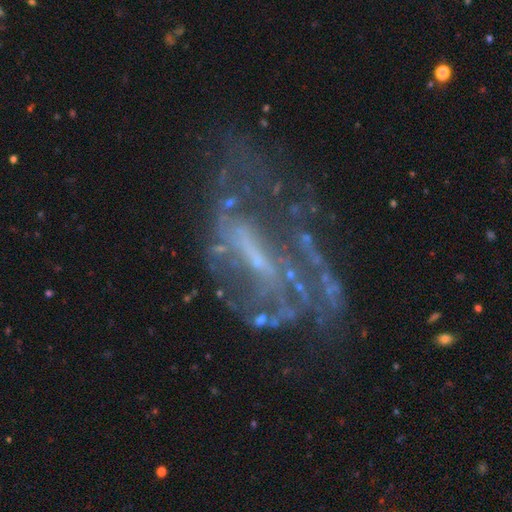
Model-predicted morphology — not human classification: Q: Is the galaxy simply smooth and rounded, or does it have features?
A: featured or disk — 77%.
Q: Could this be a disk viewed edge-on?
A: no — 93%.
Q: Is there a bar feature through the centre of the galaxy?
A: weak — 38%.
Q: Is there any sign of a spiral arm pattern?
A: yes — 63%.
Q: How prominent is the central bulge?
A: small — 50%.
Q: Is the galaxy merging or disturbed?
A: none — 41%.